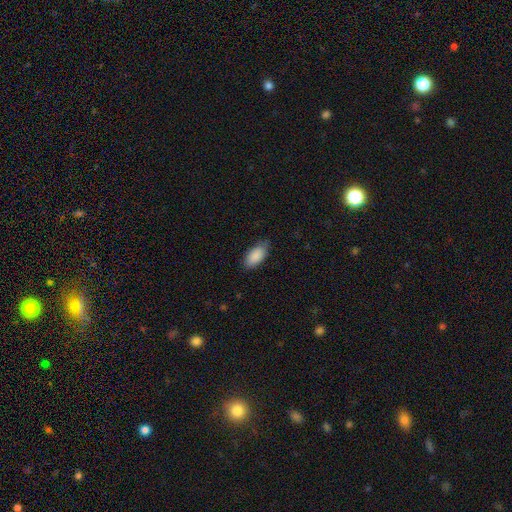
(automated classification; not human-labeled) Smooth or featured?
  - smooth: 89% *
  - star or artifact: 6%
  - featured or disk: 5%
How rounded?
  - in between: 92% *
  - cigar-shaped: 6%
  - round: 2%
Merging?
  - none: 80% *
  - minor disturbance: 16%
  - major disturbance: 3%
  - merger: 1%